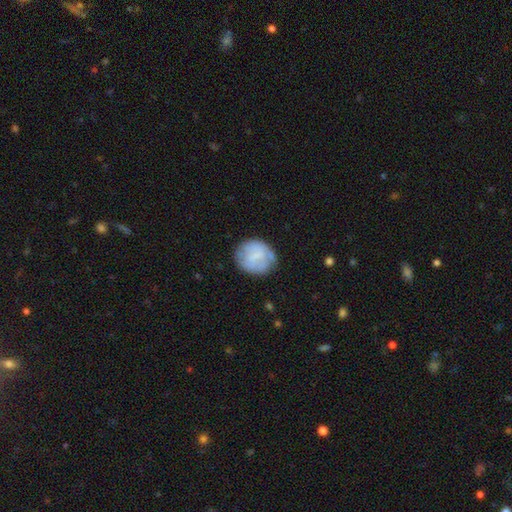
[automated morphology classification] The model was most divided on "smooth or featured": smooth: 60%, featured or disk: 33%, star or artifact: 7%. More confident: how rounded — round (78%); merging — none (68%).